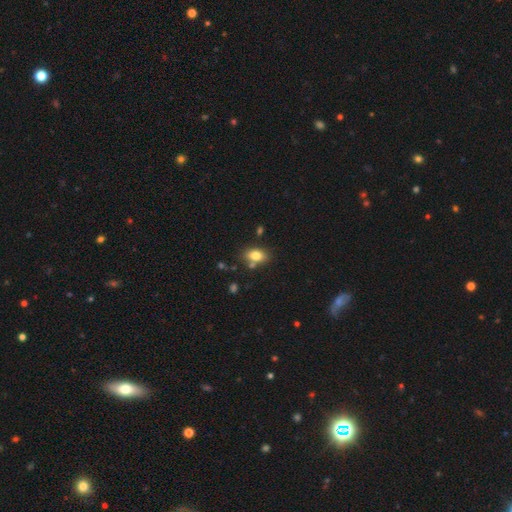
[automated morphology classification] Q: Smooth or featured?
A: smooth (81%); runner-up: featured or disk (10%)
Q: How rounded?
A: in between (83%); runner-up: round (15%)
Q: Merging?
A: none (70%); runner-up: minor disturbance (14%)